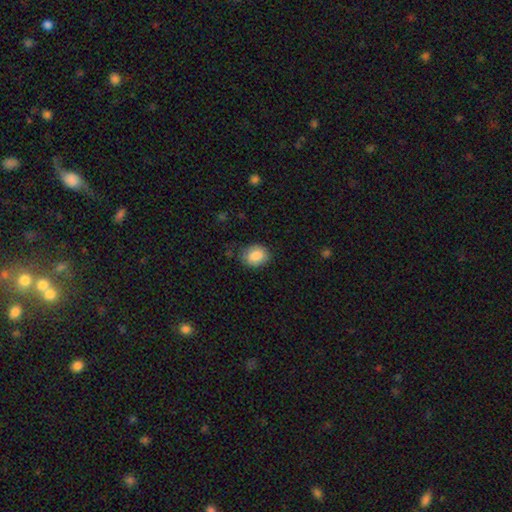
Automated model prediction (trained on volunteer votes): Overall: smooth (87%). How rounded: in between (58%; round 41%). Merging: none (77%).